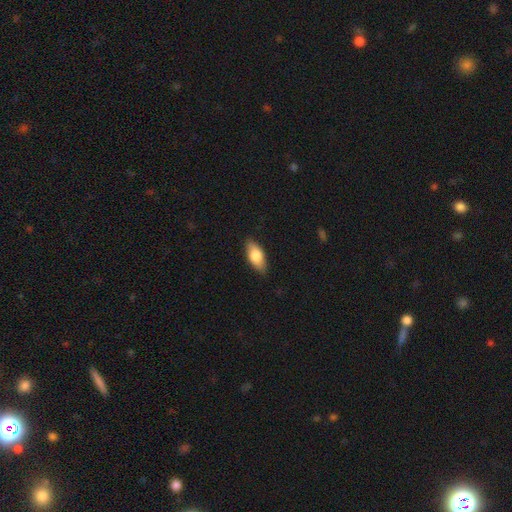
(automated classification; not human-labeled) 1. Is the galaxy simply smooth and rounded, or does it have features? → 76% smooth, 18% featured or disk, 6% star or artifact.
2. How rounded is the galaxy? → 85% in between, 12% cigar-shaped, 3% round.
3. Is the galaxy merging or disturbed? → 86% none, 11% minor disturbance, 2% major disturbance, 1% merger.